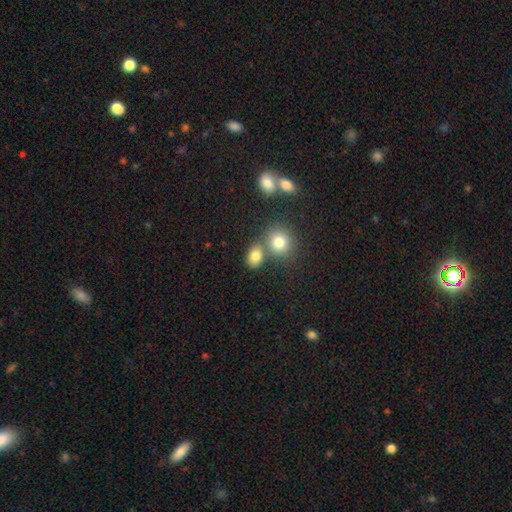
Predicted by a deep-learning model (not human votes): Q: Smooth or featured?
A: smooth (79%); runner-up: star or artifact (13%)
Q: How rounded?
A: in between (53%); runner-up: round (46%)
Q: Merging?
A: none (58%); runner-up: merger (28%)